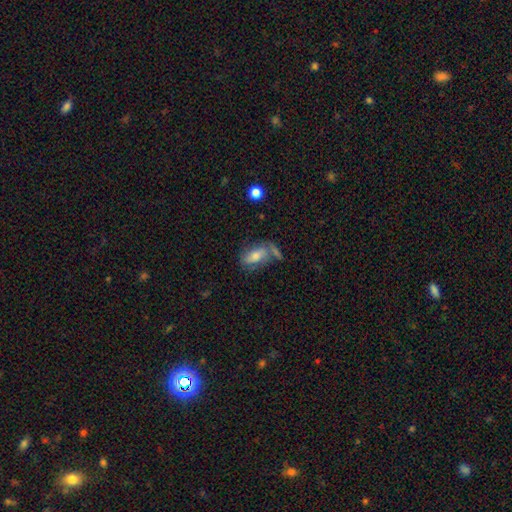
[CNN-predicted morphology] The model was most divided on "smooth or featured": smooth: 53%, featured or disk: 36%, star or artifact: 10%. Remaining: how rounded — in between (84%); merging — none (45%).